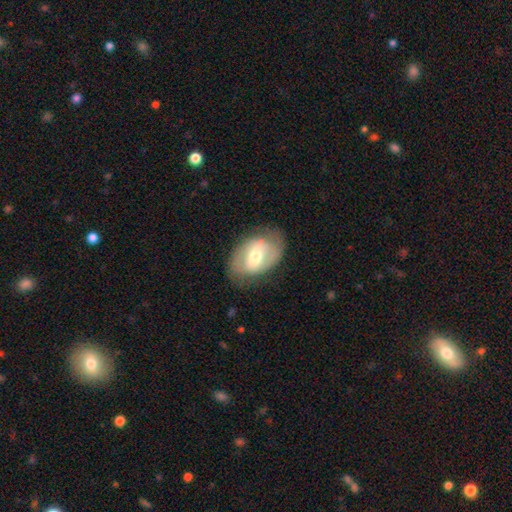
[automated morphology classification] featured or disk 62%, smooth 32%, star or artifact 6%. Down the decision tree: edge-on disk — no (94%); bar — weak (45%); spiral arms — yes (65%); bulge size — moderate (66%); merging — none (75%).